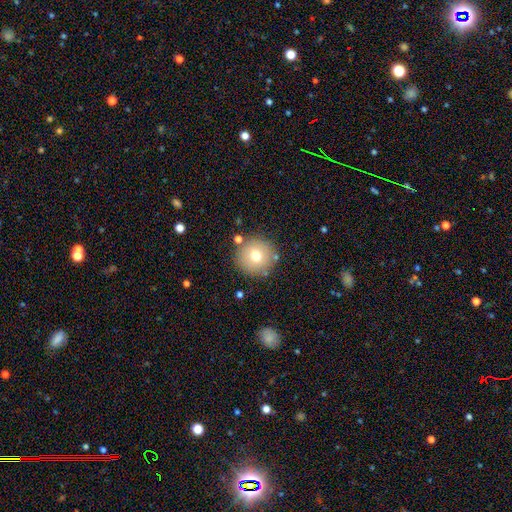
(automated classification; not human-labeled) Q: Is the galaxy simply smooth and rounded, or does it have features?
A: smooth — 72%.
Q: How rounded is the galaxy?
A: round — 93%.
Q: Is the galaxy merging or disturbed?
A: none — 85%.